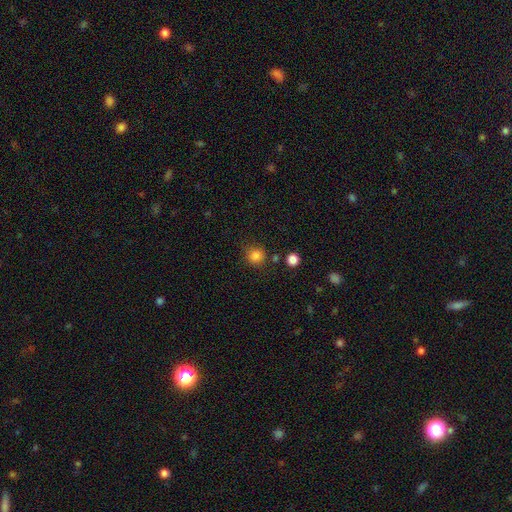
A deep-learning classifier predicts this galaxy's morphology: Smooth or featured: smooth — 83% (star or artifact — 13%)
How rounded: round — 86% (in between — 13%)
Merging: none — 76% (minor disturbance — 14%)